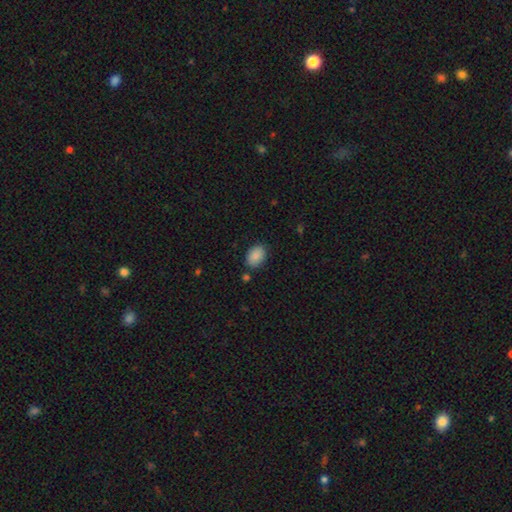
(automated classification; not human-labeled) Smooth or featured: smooth — 89% (star or artifact — 8%)
How rounded: in between — 78% (round — 21%)
Merging: none — 82% (minor disturbance — 12%)